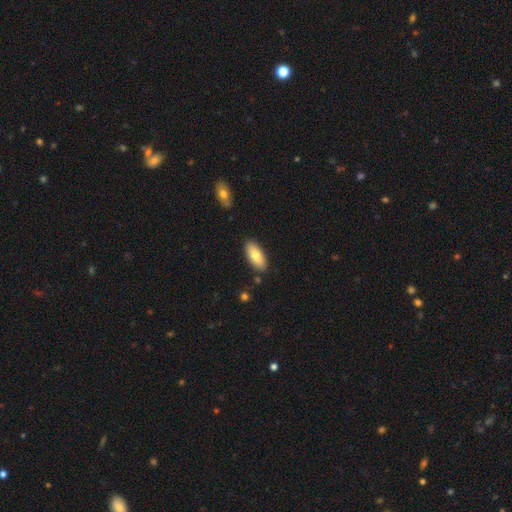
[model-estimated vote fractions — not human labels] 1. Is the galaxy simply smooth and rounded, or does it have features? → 80% smooth, 14% featured or disk, 6% star or artifact.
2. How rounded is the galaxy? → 86% in between, 12% cigar-shaped, 2% round.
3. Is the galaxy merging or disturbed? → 87% none, 9% minor disturbance, 2% merger, 2% major disturbance.